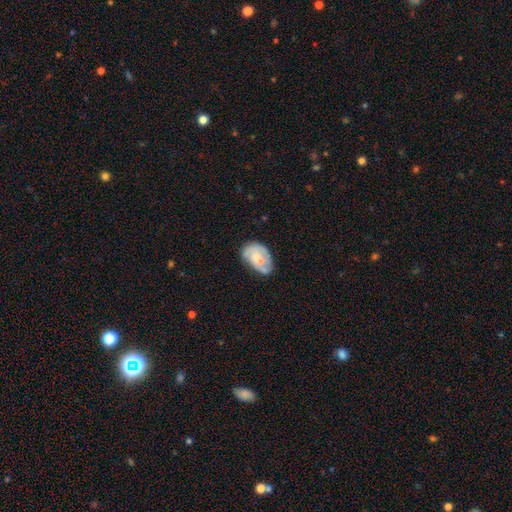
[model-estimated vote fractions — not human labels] A featured or disk galaxy (57%) with no bar (62%), spiral arms (78%) and a small central bulge (44%).

Vote fractions:
- Smooth or featured? featured or disk: 57% / smooth: 36% / star or artifact: 6%
- Edge-on disk? no: 97% / yes: 3%
- Bar? no: 62% / weak: 32% / strong: 6%
- Spiral arms? yes: 78% / no: 22%
- Bulge size? small: 44% / moderate: 34% / none: 16% / large: 5% / dominant: 1%
- Merging? none: 55% / minor disturbance: 31% / major disturbance: 12% / merger: 3%